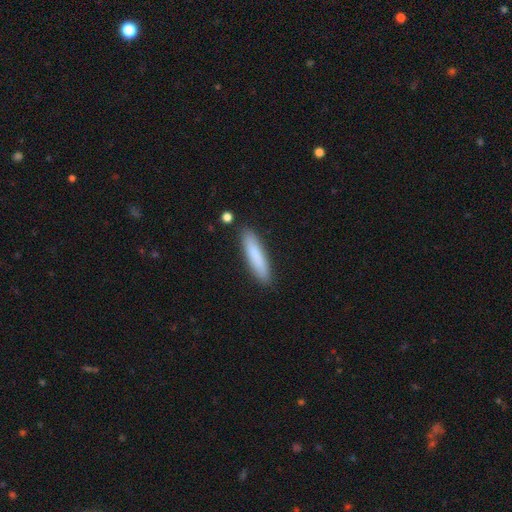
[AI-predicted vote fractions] Smooth or featured?
  - smooth: 82% *
  - featured or disk: 12%
  - star or artifact: 6%
How rounded?
  - cigar-shaped: 82% *
  - in between: 16%
  - round: 1%
Merging?
  - none: 87% *
  - minor disturbance: 9%
  - merger: 2%
  - major disturbance: 2%